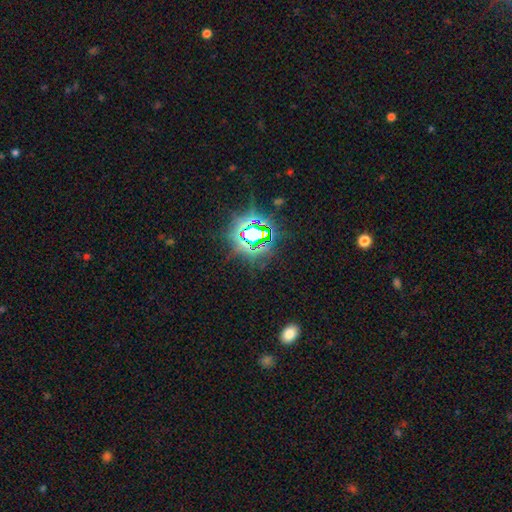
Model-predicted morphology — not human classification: A star or artifact, not a galaxy (81%).